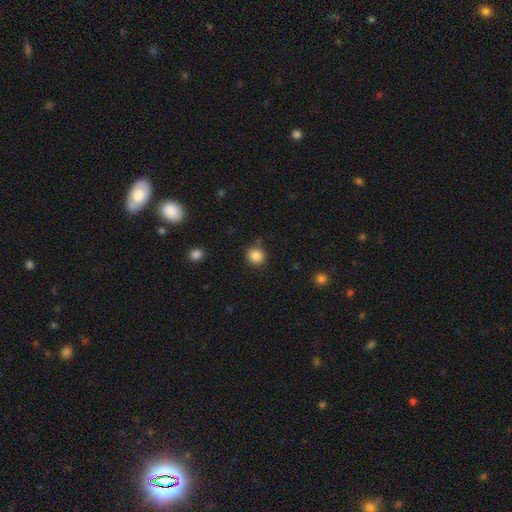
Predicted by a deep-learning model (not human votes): Smooth or featured? smooth (85%)
How rounded? round (89%)
Merging? none (82%)